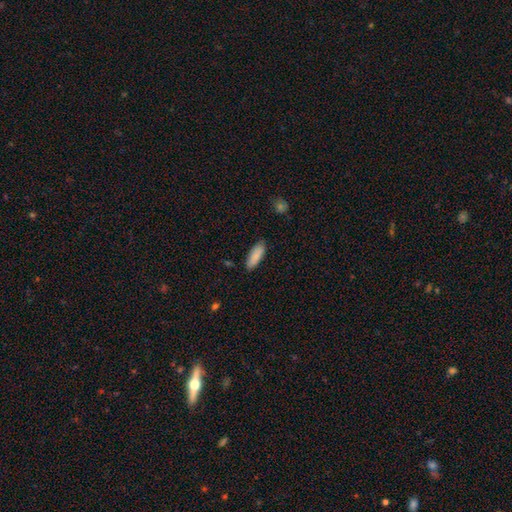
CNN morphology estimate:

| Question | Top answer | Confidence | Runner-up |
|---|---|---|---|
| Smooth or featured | smooth | 88% | featured or disk (6%) |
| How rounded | in between | 66% | cigar-shaped (32%) |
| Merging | none | 85% | minor disturbance (11%) |